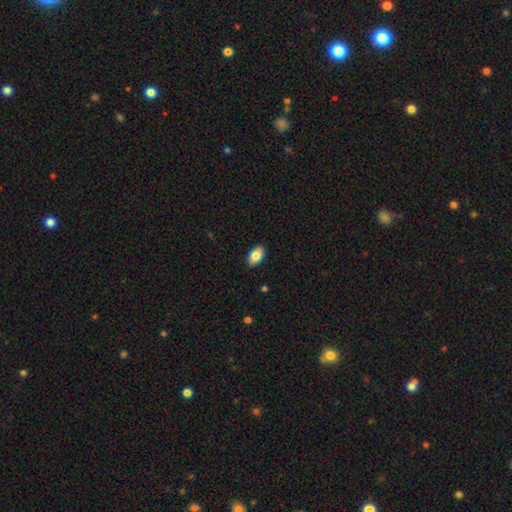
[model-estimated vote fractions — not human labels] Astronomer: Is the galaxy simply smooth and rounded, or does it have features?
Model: smooth — 82%.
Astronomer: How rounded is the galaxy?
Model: in between — 93%.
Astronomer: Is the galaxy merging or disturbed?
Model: none — 88%.